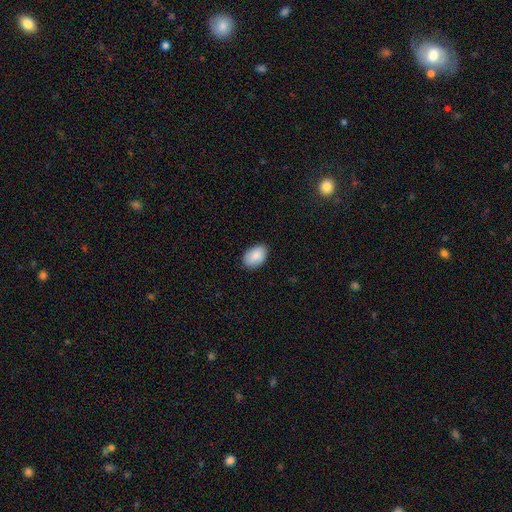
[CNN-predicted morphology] This is clearly a smooth galaxy (86%). How rounded: clearly in between (87%). Merging: clearly none (84%).